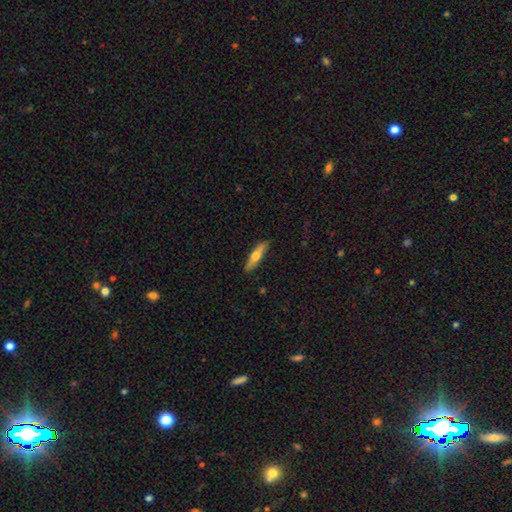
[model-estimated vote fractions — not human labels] Smooth or featured? smooth (57%)
How rounded? cigar-shaped (78%)
Merging? none (88%)